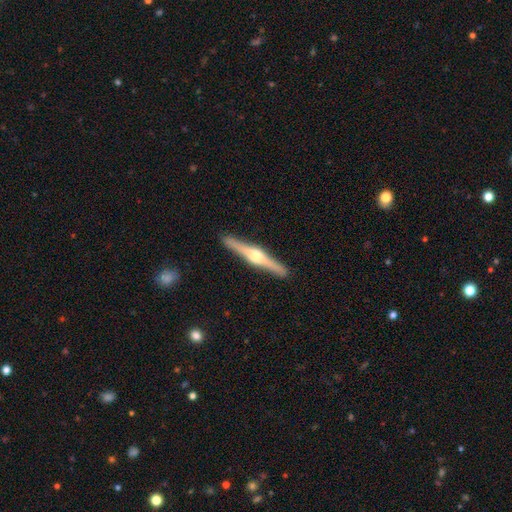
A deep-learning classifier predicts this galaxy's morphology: This is clearly a featured or disk galaxy (81%). It is clearly viewed edge-on (98%). Edge-on bulge: clearly rounded (94%). Merging: clearly none (92%).